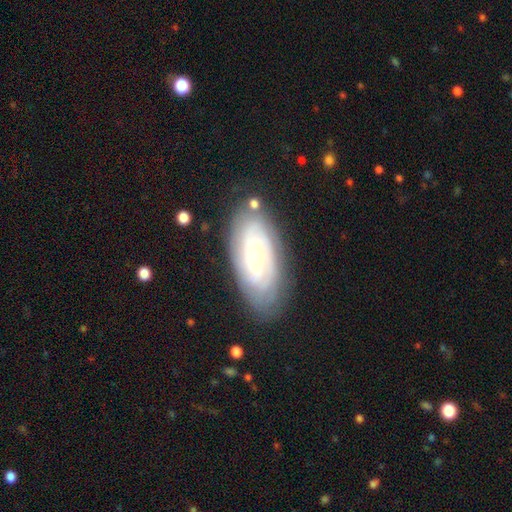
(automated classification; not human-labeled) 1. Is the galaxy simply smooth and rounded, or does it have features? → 72% featured or disk, 22% smooth, 6% star or artifact.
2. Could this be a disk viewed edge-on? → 91% no, 9% yes.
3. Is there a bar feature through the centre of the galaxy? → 78% no, 18% weak, 4% strong.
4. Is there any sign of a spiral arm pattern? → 83% yes, 17% no.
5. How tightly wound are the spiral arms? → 76% tight, 19% medium, 6% loose.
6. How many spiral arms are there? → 56% can't tell, 18% 2, 11% 3, 7% 4, 4% more than 4, 4% 1.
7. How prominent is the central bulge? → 54% moderate, 41% small, 4% large, 1% dominant, 1% none.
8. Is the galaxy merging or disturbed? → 77% none, 16% minor disturbance, 4% major disturbance, 2% merger.